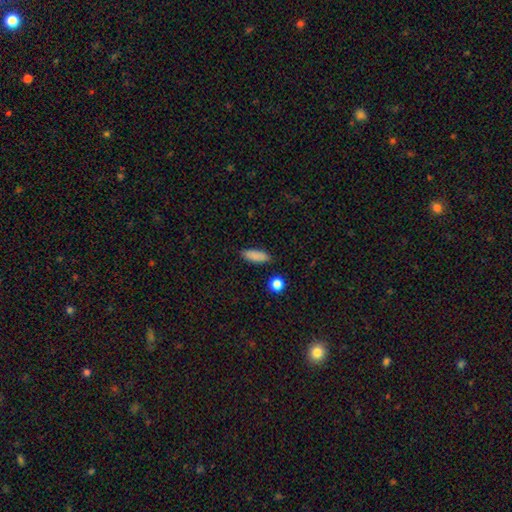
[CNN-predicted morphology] smooth 87%, star or artifact 8%, featured or disk 5%. Down the decision tree: how rounded — in between (62%); merging — none (86%).